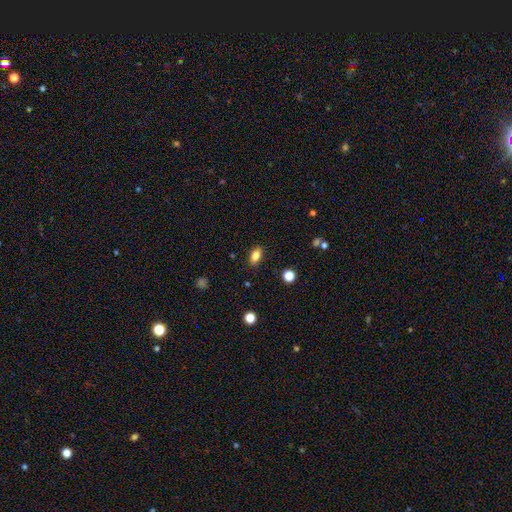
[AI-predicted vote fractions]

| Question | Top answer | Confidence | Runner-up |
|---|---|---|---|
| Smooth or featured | smooth | 82% | star or artifact (10%) |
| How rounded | in between | 85% | round (9%) |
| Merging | none | 86% | minor disturbance (10%) |